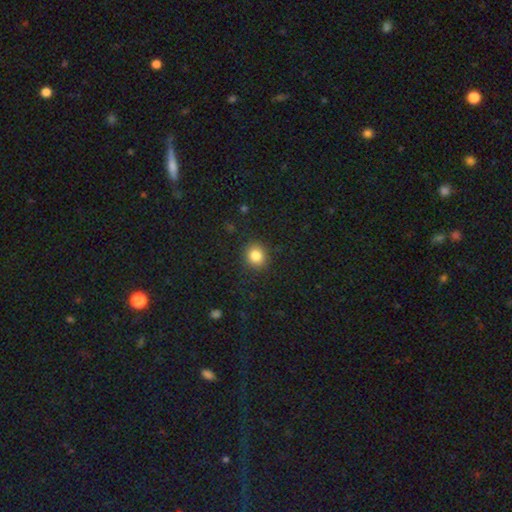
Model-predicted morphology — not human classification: Smooth or featured? smooth (84%)
How rounded? round (81%)
Merging? none (89%)